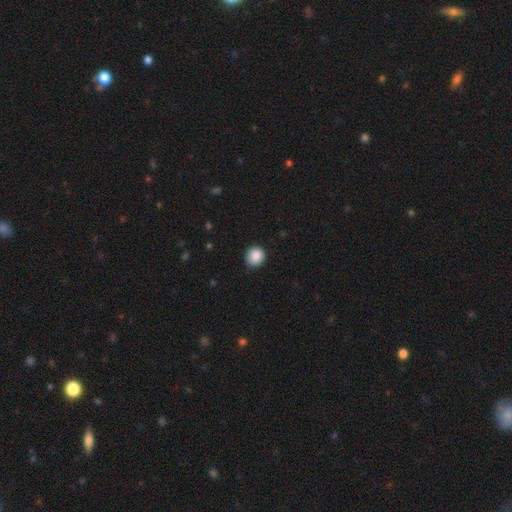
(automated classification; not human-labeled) Smooth or featured: smooth — 87% (star or artifact — 8%)
How rounded: round — 88% (in between — 11%)
Merging: none — 89% (minor disturbance — 8%)